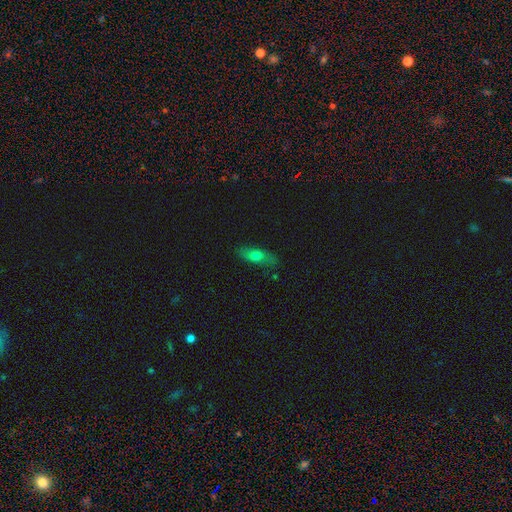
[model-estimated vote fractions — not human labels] This is likely a smooth galaxy (62%). How rounded: possibly in between (56%). Merging: likely none (78%).